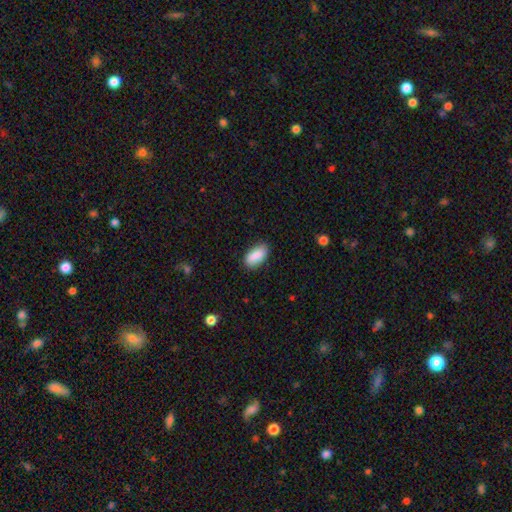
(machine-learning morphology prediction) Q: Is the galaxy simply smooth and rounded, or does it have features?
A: smooth — 88%.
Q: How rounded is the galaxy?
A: in between — 92%.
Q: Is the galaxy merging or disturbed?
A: none — 84%.